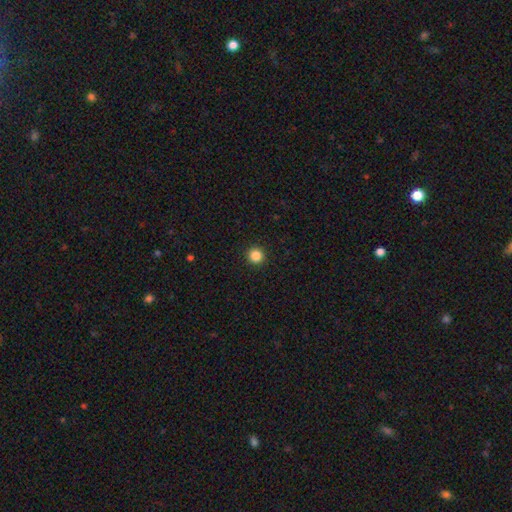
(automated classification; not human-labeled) Smooth or featured?
  - smooth: 85% *
  - star or artifact: 11%
  - featured or disk: 3%
How rounded?
  - round: 96% *
  - in between: 3%
  - cigar-shaped: 1%
Merging?
  - none: 94% *
  - minor disturbance: 4%
  - major disturbance: 1%
  - merger: 1%